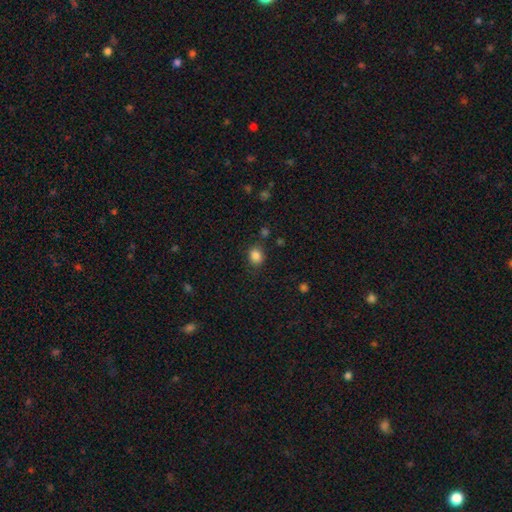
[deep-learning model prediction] Morphology: type=smooth (85%); roundness=round (60%); merging=none (81%).